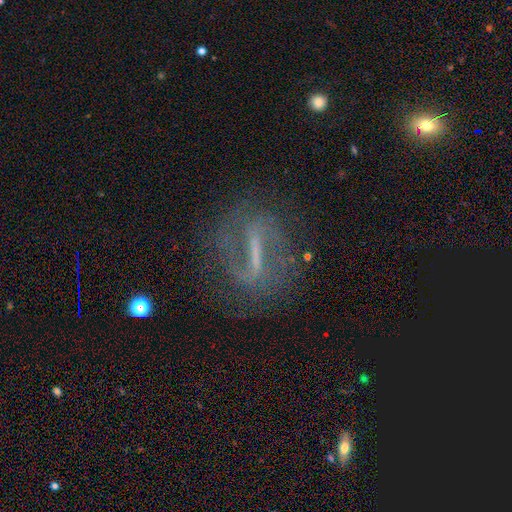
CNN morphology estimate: smooth_or_featured: featured or disk (p=0.69) [alt: star or artifact p=0.17]
disk_edge_on: no (p=0.72) [alt: yes p=0.28]
bar: strong (p=0.75) [alt: weak p=0.16]
has_spiral_arms: yes (p=0.64) [alt: no p=0.36]
bulge_size: none (p=0.46) [alt: small p=0.36]
merging: none (p=0.76) [alt: minor disturbance p=0.12]